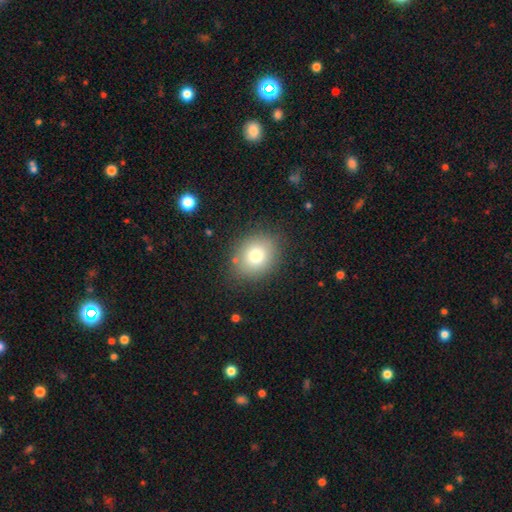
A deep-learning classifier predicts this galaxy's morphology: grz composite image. It shows a smooth galaxy with no disk features (77%) that is round (59%). Merging: none (83%).